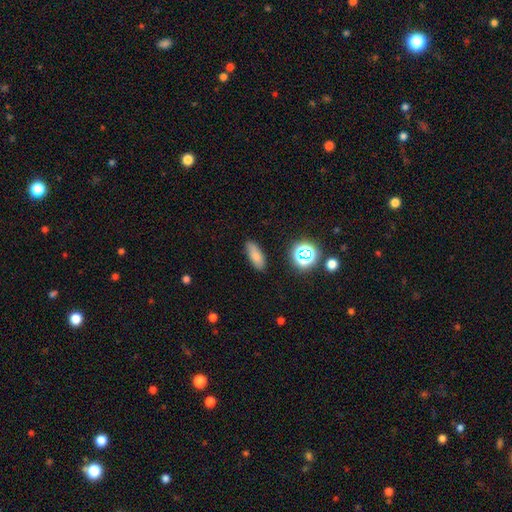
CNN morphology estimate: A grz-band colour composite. It shows a smooth galaxy with no disk features (77%) that is in between round and cigar-shaped (74%). Merging: none (82%).